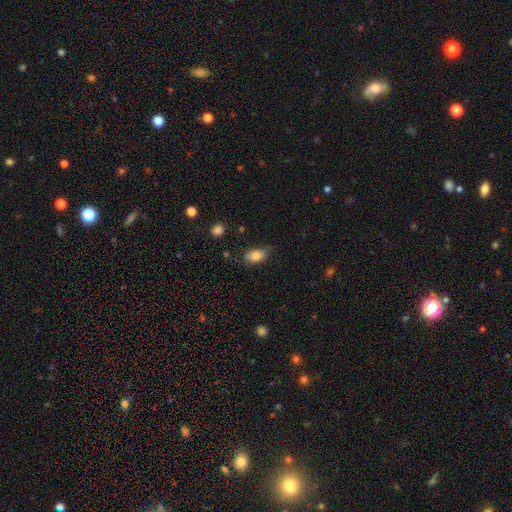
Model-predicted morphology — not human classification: smooth_or_featured: smooth (p=0.82) [alt: featured or disk p=0.11]
how_rounded: in between (p=0.90) [alt: round p=0.07]
merging: none (p=0.70) [alt: minor disturbance p=0.24]